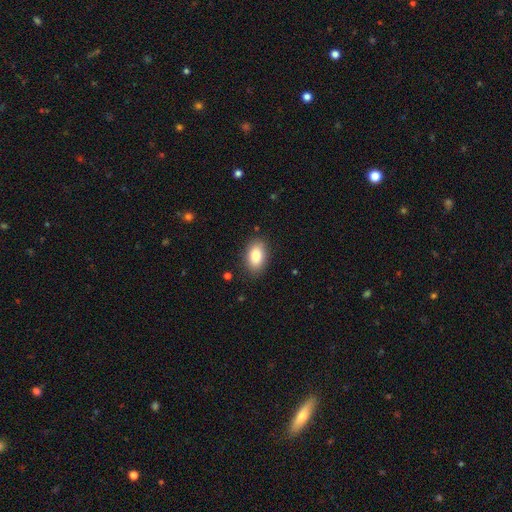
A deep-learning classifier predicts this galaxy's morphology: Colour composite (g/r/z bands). It shows a smooth galaxy with no disk features (83%) that is in between round and cigar-shaped (90%). Merging: none (86%).